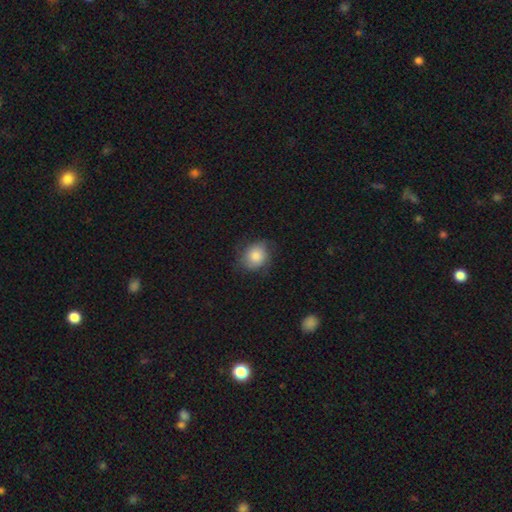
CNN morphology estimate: A smooth galaxy with no disk features (75%) that is round (66%).

Vote fractions:
- Smooth or featured? smooth: 75% / featured or disk: 18% / star or artifact: 8%
- How rounded? round: 66% / in between: 33% / cigar-shaped: 1%
- Merging? none: 68% / minor disturbance: 23% / major disturbance: 8% / merger: 1%